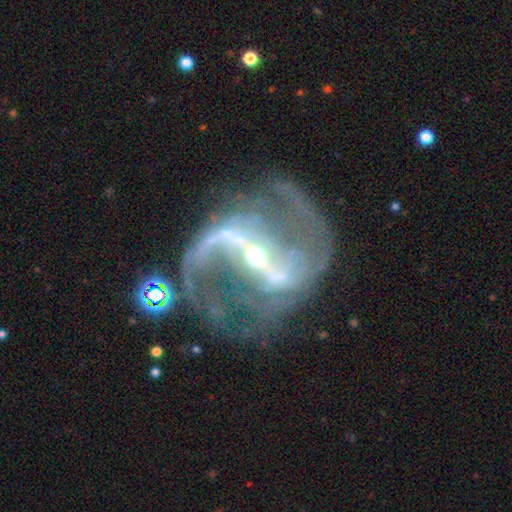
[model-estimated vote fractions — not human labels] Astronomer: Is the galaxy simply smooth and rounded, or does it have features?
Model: featured or disk — 91%.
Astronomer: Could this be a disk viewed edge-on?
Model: no — 97%.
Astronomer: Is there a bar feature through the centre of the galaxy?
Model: strong — 67%.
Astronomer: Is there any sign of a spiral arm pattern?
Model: yes — 96%.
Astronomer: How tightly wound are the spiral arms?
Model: loose — 57% (runner-up: medium, 33%).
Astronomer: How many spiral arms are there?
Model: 2 — 87%.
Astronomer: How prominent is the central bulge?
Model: small — 74%.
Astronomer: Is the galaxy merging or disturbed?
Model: none — 54%.